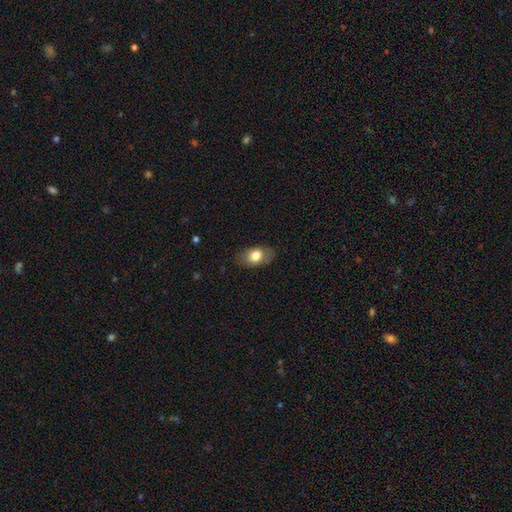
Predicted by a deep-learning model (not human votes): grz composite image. It shows a smooth galaxy with no disk features (75%) that is in between round and cigar-shaped (86%). Merging: none (79%).